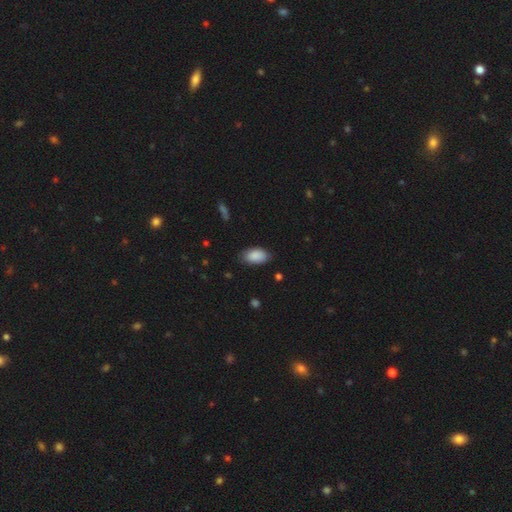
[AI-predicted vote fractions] This appears to be a smooth galaxy with no disk features (89%) that is in between round and cigar-shaped (94%). Merging: none (79%).